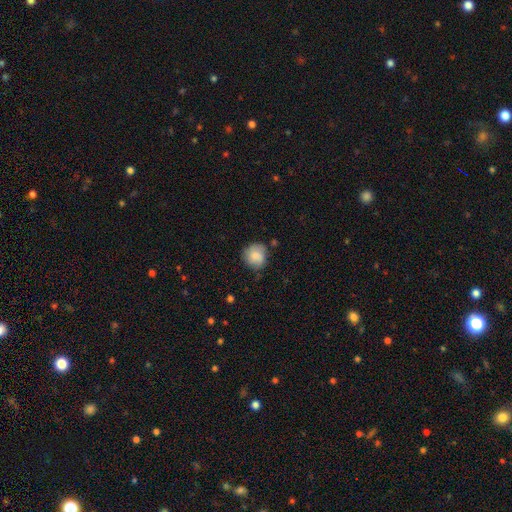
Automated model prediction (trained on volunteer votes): The model was most divided on "merging": none: 66%, minor disturbance: 25%, major disturbance: 6%, merger: 3%. More confident: how rounded — round (85%); smooth or featured — smooth (80%).